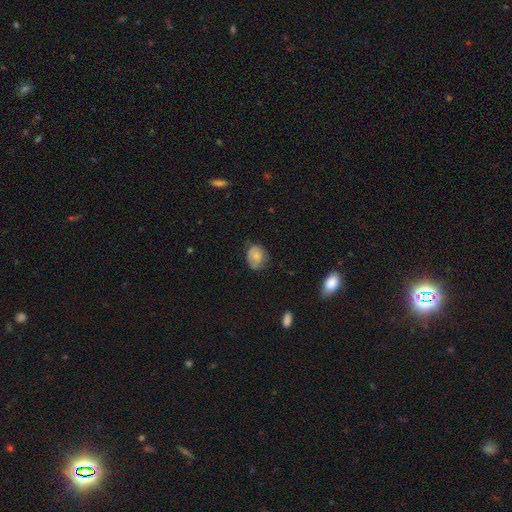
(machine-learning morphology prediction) This is likely a smooth galaxy (77%). How rounded: possibly in between (57%). Merging: likely none (61%).